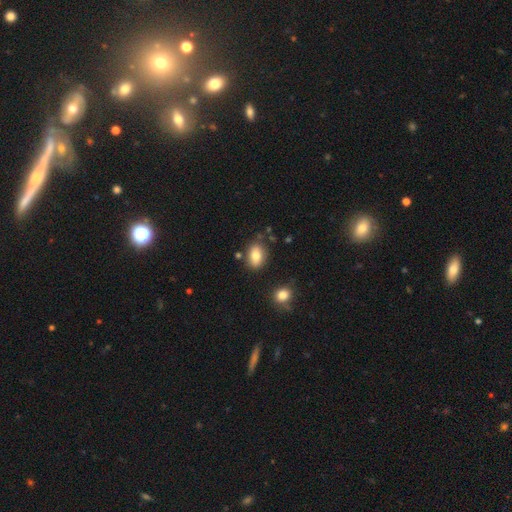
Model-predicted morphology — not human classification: Overall: smooth (79%). How rounded: in between (79%). Merging: none (78%).